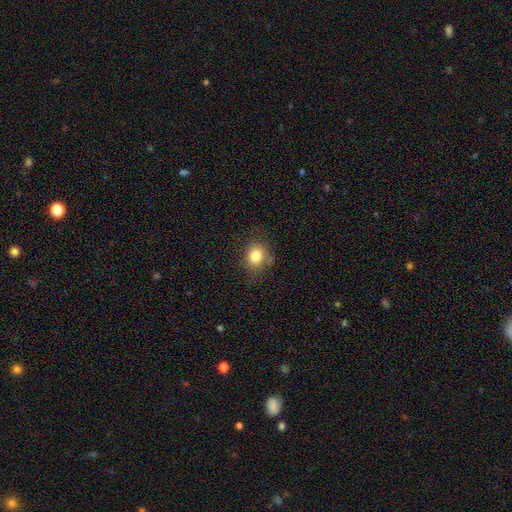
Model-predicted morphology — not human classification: smooth_or_featured: smooth (p=0.81) [alt: star or artifact p=0.11]
how_rounded: round (p=0.65) [alt: in between p=0.34]
merging: none (p=0.75) [alt: minor disturbance p=0.18]